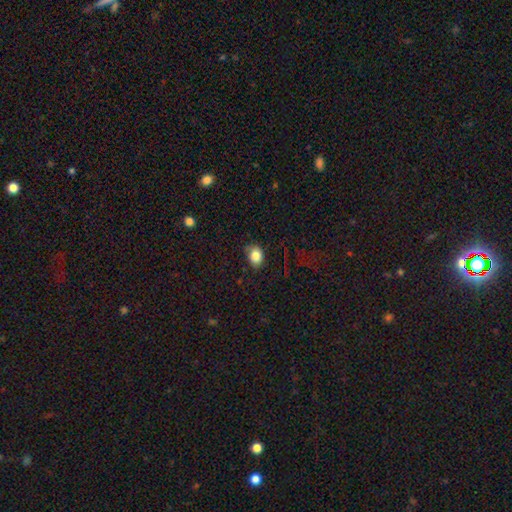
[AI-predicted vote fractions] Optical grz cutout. It shows a smooth galaxy with no disk features (83%) that is in between round and cigar-shaped (65%). Merging: none (71%).